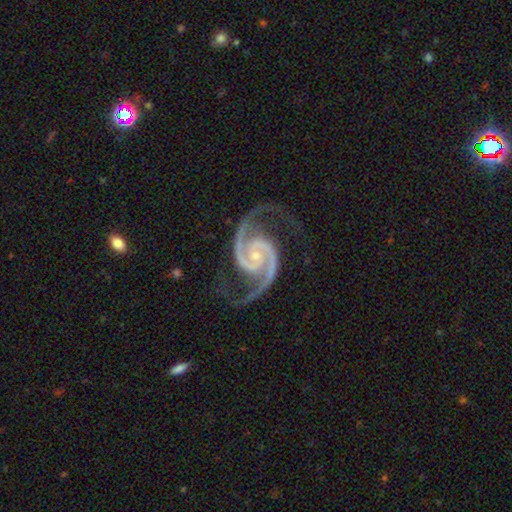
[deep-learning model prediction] Smooth or featured? Predicted: featured or disk (p=0.95). Edge-on disk? Predicted: no (p=0.98). Bar? Predicted: no (p=0.58). Spiral arms? Predicted: yes (p=0.99). Spiral winding? Predicted: medium (p=0.64). Spiral arm count? Predicted: 2 (p=0.94). Bulge size? Predicted: small (p=0.72). Merging? Predicted: none (p=0.76).